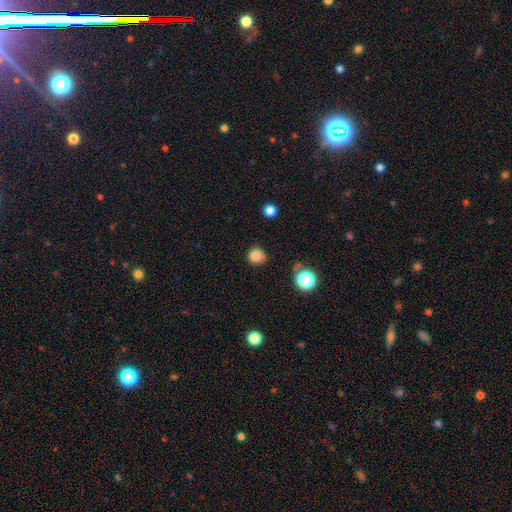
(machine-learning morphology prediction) smooth-or-featured: smooth: 84% | star or artifact: 12% | featured or disk: 4%
  how-rounded: round: 92% | in between: 7% | cigar-shaped: 1%
  merging: none: 79% | minor disturbance: 15% | major disturbance: 4% | merger: 2%